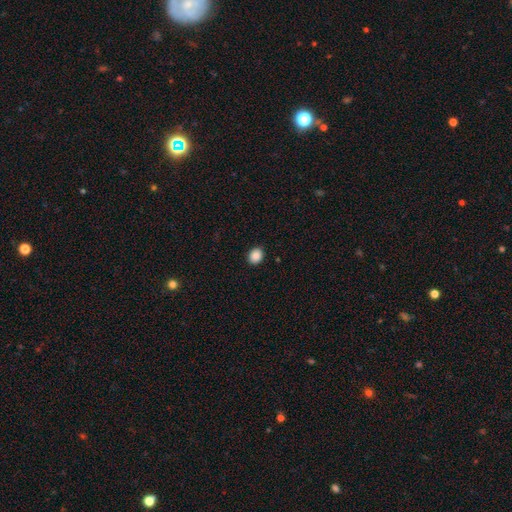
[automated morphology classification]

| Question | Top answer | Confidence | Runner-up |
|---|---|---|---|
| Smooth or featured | smooth | 89% | star or artifact (9%) |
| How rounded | round | 58% | in between (42%) |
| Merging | none | 91% | minor disturbance (6%) |